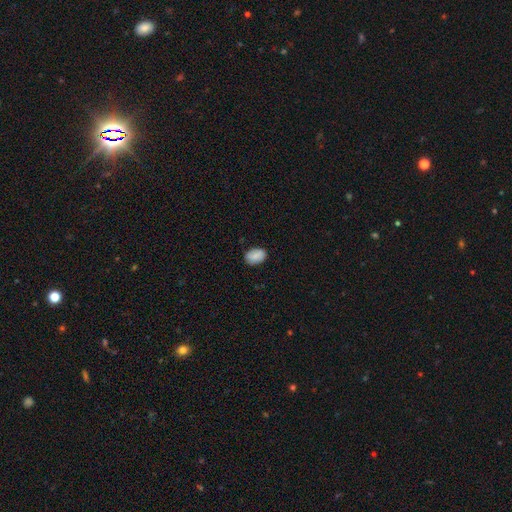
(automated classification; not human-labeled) A smooth galaxy with no disk features (85%) that is in between round and cigar-shaped (82%).

Vote fractions:
- Smooth or featured? smooth: 85% / featured or disk: 8% / star or artifact: 7%
- How rounded? in between: 82% / round: 17% / cigar-shaped: 1%
- Merging? none: 85% / minor disturbance: 12% / major disturbance: 2% / merger: 1%